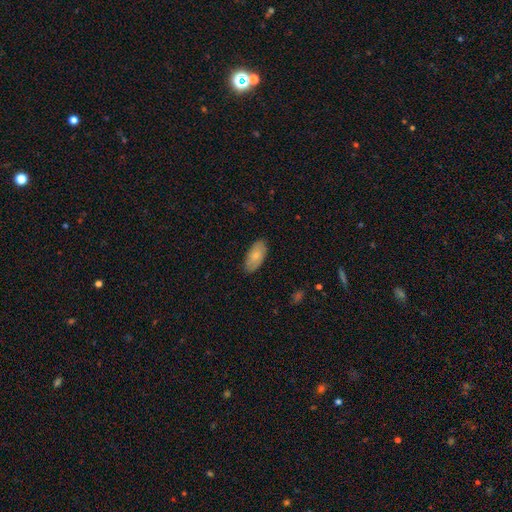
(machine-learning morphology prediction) Smooth or featured?
  - smooth: 74% *
  - featured or disk: 20%
  - star or artifact: 6%
How rounded?
  - in between: 93% *
  - cigar-shaped: 4%
  - round: 3%
Merging?
  - none: 84% *
  - minor disturbance: 13%
  - major disturbance: 2%
  - merger: 1%